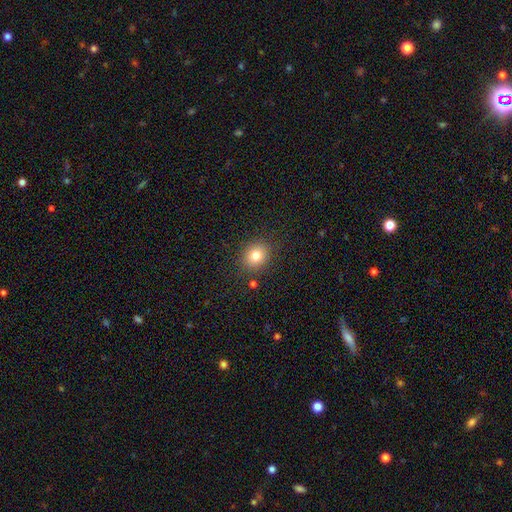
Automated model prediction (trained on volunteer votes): Q: Smooth or featured?
A: smooth (80%); runner-up: star or artifact (12%)
Q: How rounded?
A: round (70%); runner-up: in between (29%)
Q: Merging?
A: none (86%); runner-up: minor disturbance (9%)